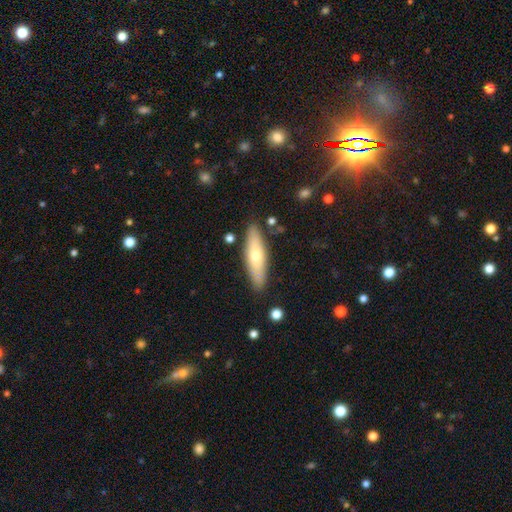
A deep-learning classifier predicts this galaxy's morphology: The model was most divided on "smooth or featured": smooth: 57%, featured or disk: 37%, star or artifact: 6%. More confident: merging — none (86%); how rounded — cigar-shaped (62%).